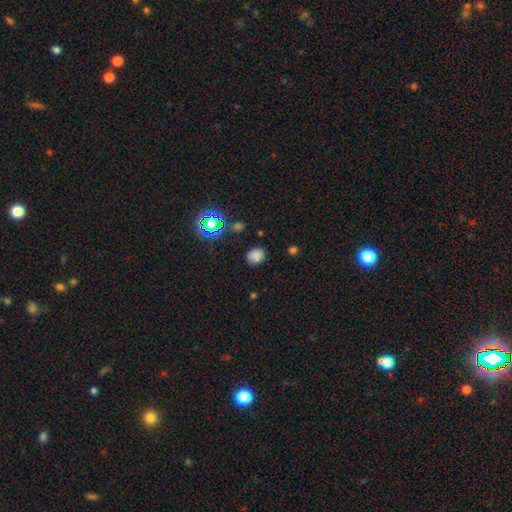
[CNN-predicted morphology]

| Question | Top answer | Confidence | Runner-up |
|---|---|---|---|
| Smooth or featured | smooth | 76% | star or artifact (19%) |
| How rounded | round | 56% | in between (43%) |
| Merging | none | 83% | minor disturbance (12%) |